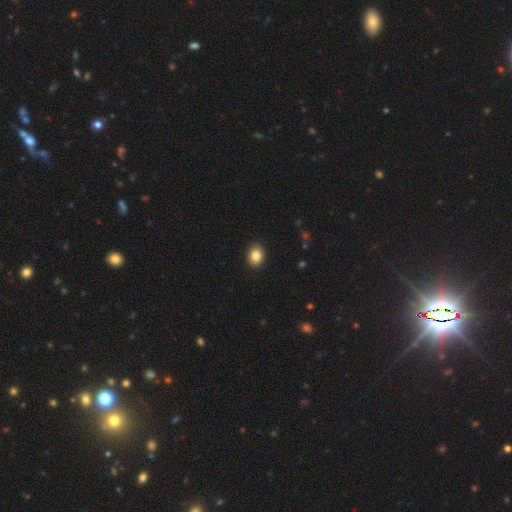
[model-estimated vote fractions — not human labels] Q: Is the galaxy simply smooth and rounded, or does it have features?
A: smooth — 86%.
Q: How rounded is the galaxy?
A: in between — 59%.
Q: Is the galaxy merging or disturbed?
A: none — 91%.